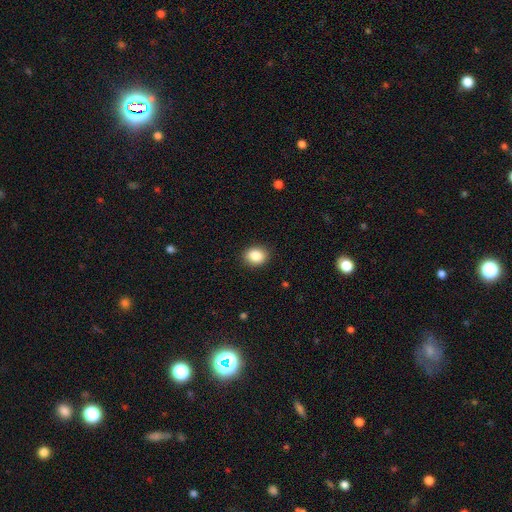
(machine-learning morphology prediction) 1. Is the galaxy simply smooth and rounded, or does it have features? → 86% smooth, 9% star or artifact, 5% featured or disk.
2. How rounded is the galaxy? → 54% round, 45% in between, 1% cigar-shaped.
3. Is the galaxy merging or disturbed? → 90% none, 7% minor disturbance, 2% major disturbance, 1% merger.